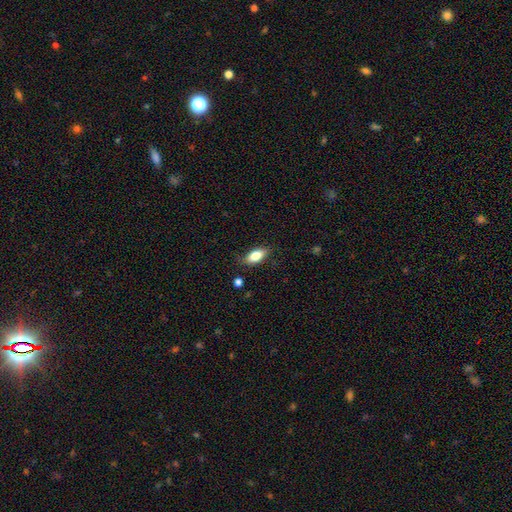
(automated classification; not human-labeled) Smooth or featured?
  - smooth: 78% *
  - featured or disk: 15%
  - star or artifact: 7%
How rounded?
  - in between: 84% *
  - cigar-shaped: 12%
  - round: 4%
Merging?
  - none: 79% *
  - minor disturbance: 16%
  - major disturbance: 4%
  - merger: 2%